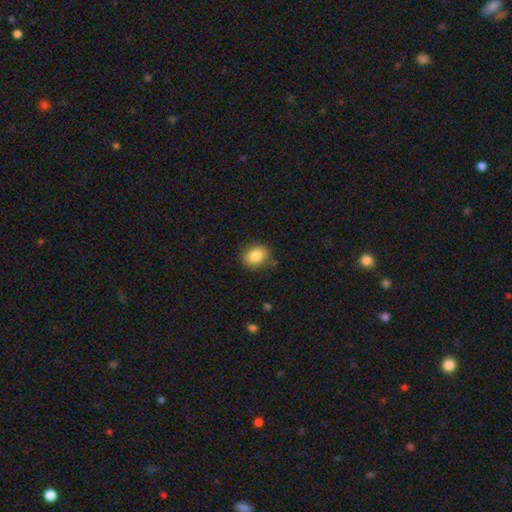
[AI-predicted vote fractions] Smooth or featured? smooth (84%)
How rounded? in between (52%)
Merging? none (82%)